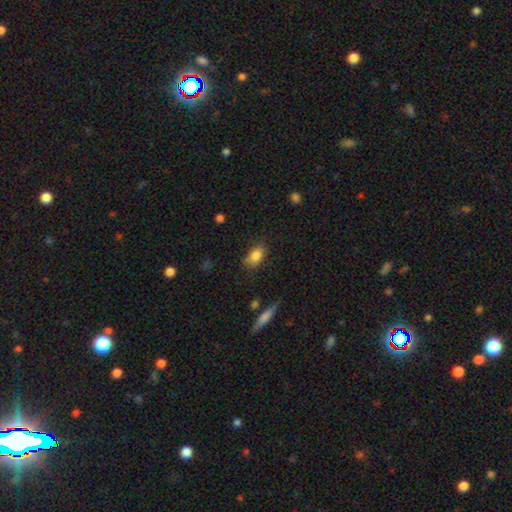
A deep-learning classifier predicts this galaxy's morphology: type=smooth (83%); roundness=in between (85%); merging=none (67%).